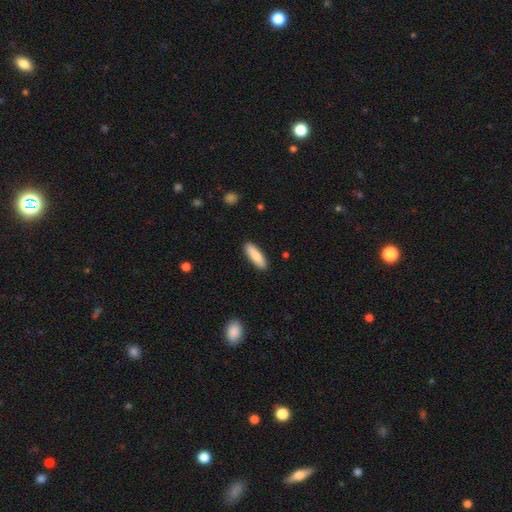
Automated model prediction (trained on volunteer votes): Q: Smooth or featured?
A: smooth (83%); runner-up: featured or disk (12%)
Q: How rounded?
A: cigar-shaped (61%); runner-up: in between (38%)
Q: Merging?
A: none (90%); runner-up: minor disturbance (7%)